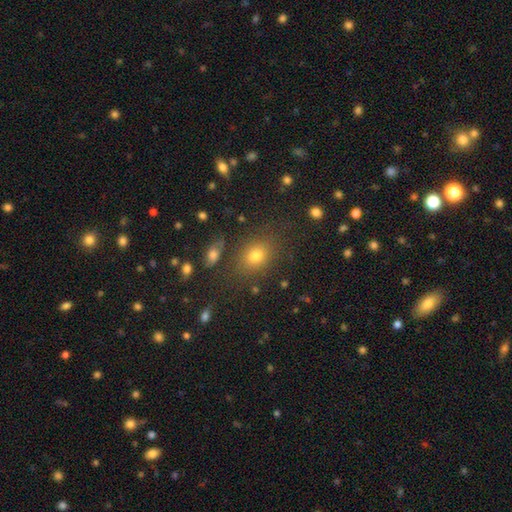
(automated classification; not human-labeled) smooth-or-featured: smooth: 70% | star or artifact: 21% | featured or disk: 9%
  how-rounded: in between: 51% | round: 47% | cigar-shaped: 2%
  merging: none: 81% | minor disturbance: 10% | merger: 5% | major disturbance: 4%